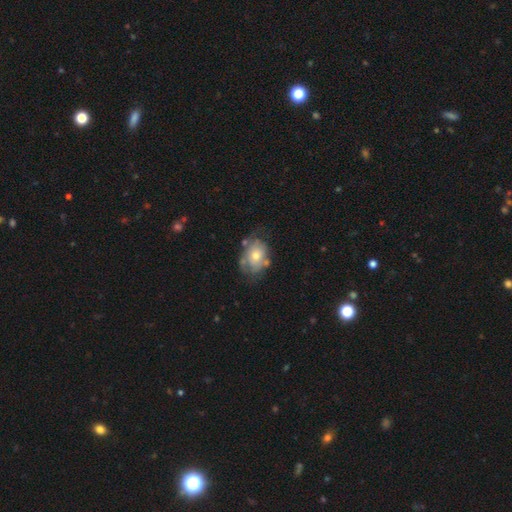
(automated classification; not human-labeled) Smooth or featured?
  - smooth: 51% *
  - featured or disk: 41%
  - star or artifact: 8%
How rounded?
  - in between: 66% *
  - round: 33%
  - cigar-shaped: 1%
Merging?
  - none: 45% *
  - minor disturbance: 30%
  - major disturbance: 16%
  - merger: 8%